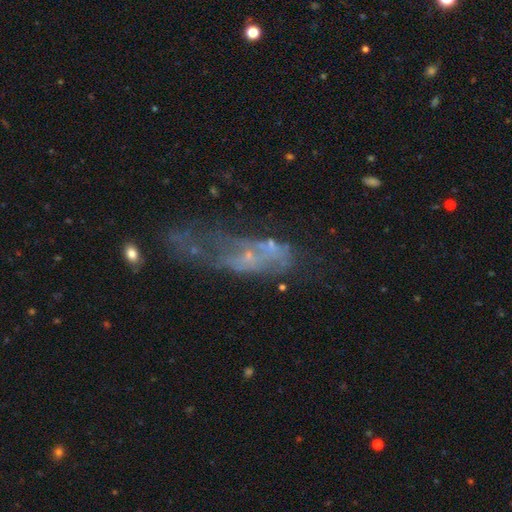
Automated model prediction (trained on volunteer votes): This appears to be a featured or disk galaxy (51%). Merging: none (33%).